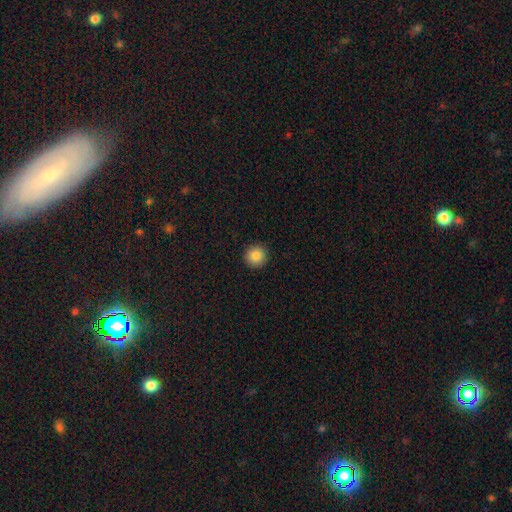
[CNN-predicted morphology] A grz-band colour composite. It shows a smooth galaxy with no disk features (86%) that is round (95%). Merging: none (93%).